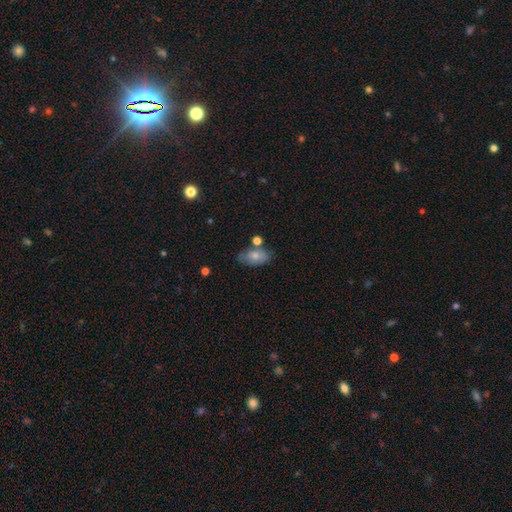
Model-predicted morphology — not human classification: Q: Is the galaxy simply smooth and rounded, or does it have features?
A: smooth — 72%.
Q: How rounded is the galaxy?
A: in between — 90%.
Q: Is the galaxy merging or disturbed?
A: none — 62%.